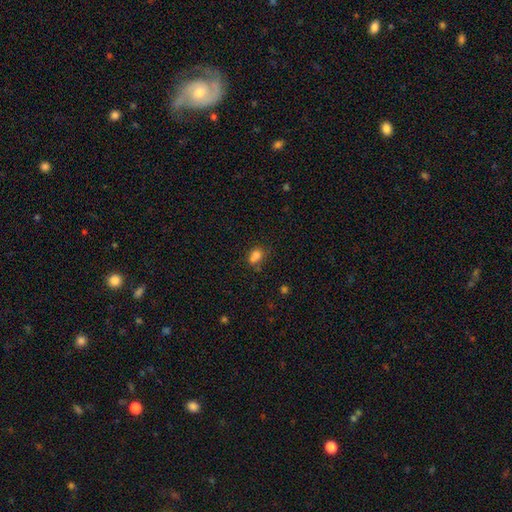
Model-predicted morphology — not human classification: smooth 78%, star or artifact 14%, featured or disk 9%. Down the decision tree: how rounded — in between (61%); merging — none (47%).